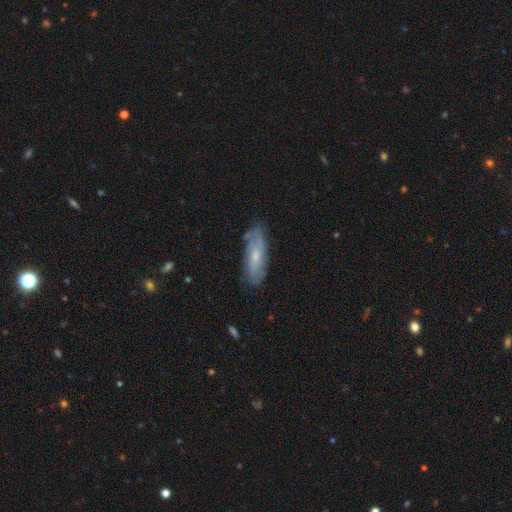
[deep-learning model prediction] Smooth or featured? Predicted: featured or disk (p=0.54). Edge-on disk? Predicted: no (p=0.77). Merging? Predicted: none (p=0.75).